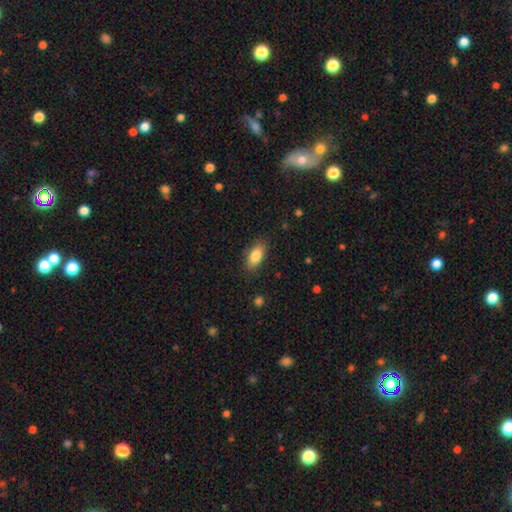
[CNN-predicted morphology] A smooth galaxy with no disk features (83%) that is in between round and cigar-shaped (87%).

Vote fractions:
- Smooth or featured? smooth: 83% / featured or disk: 10% / star or artifact: 7%
- How rounded? in between: 87% / cigar-shaped: 9% / round: 4%
- Merging? none: 85% / minor disturbance: 12% / major disturbance: 3% / merger: 1%